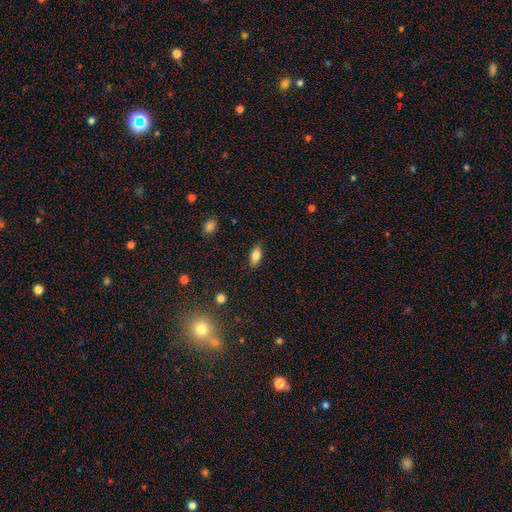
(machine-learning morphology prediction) A smooth galaxy with no disk features (80%) that is in between round and cigar-shaped (86%).

Vote fractions:
- Smooth or featured? smooth: 80% / featured or disk: 12% / star or artifact: 8%
- How rounded? in between: 86% / cigar-shaped: 11% / round: 3%
- Merging? none: 85% / minor disturbance: 11% / major disturbance: 2% / merger: 1%